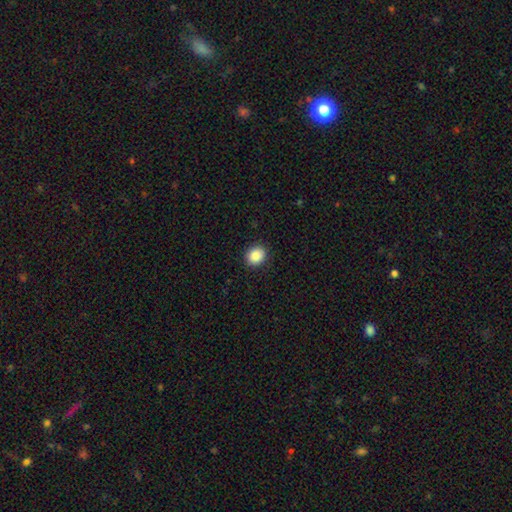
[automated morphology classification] smooth 88%, star or artifact 9%, featured or disk 3%. Down the decision tree: how rounded — round (66%); merging — none (90%).